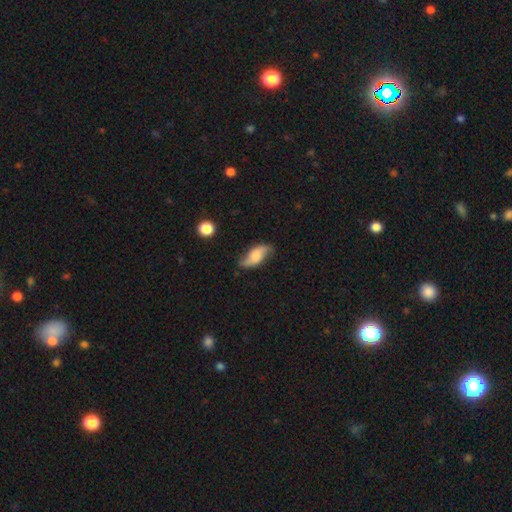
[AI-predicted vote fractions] A featured or disk galaxy (58%) with no bar (61%), spiral arms (91%) and a moderate central bulge (32%).

Vote fractions:
- Smooth or featured? featured or disk: 58% / smooth: 34% / star or artifact: 8%
- Edge-on disk? no: 87% / yes: 13%
- Bar? no: 61% / weak: 30% / strong: 9%
- Spiral arms? yes: 91% / no: 9%
- Bulge size? moderate: 32% / small: 23% / large: 22% / none: 17% / dominant: 5%
- Merging? none: 70% / minor disturbance: 22% / major disturbance: 6% / merger: 2%